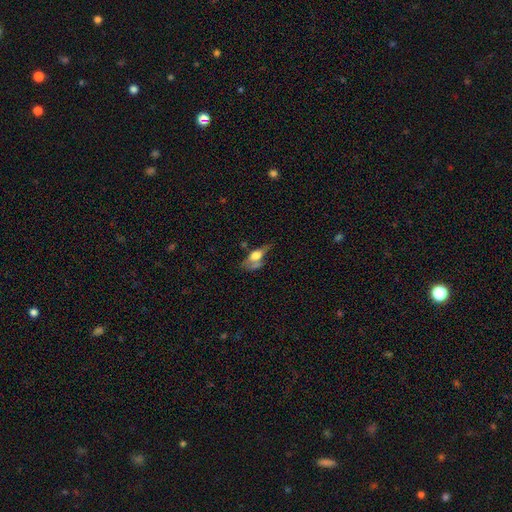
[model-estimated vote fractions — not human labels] This appears to be a smooth galaxy with no disk features (50%). Merging: major disturbance (33%).